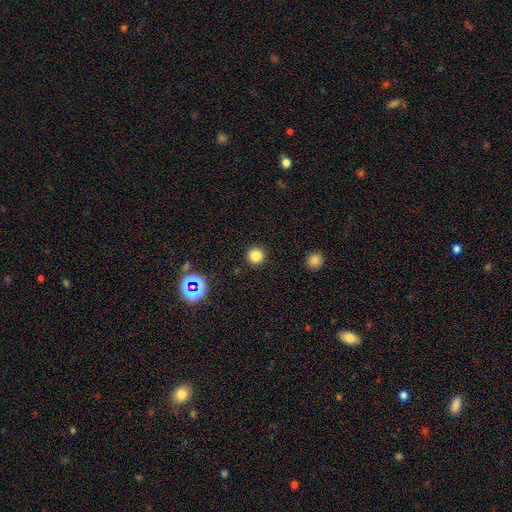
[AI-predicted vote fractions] smooth_or_featured: smooth (p=0.82) [alt: star or artifact p=0.14]
how_rounded: round (p=0.95) [alt: in between p=0.04]
merging: none (p=0.92) [alt: minor disturbance p=0.05]